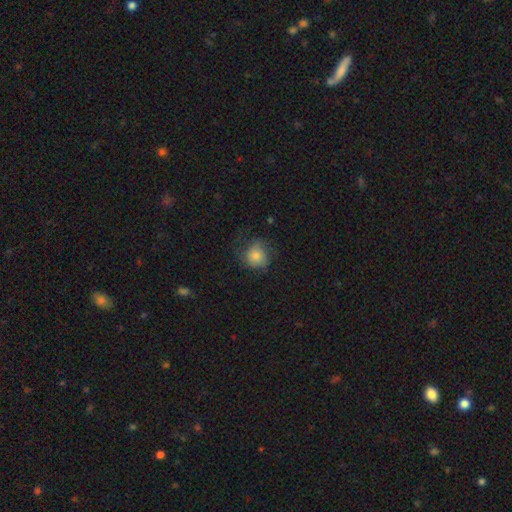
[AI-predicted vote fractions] This is likely a smooth galaxy (73%). How rounded: clearly round (83%). Merging: possibly none (59%).